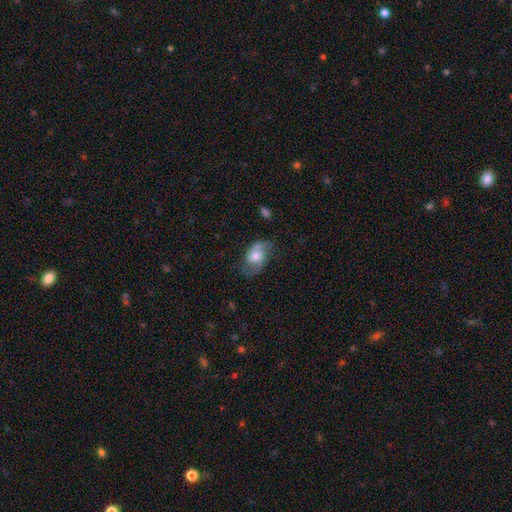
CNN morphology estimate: Smooth or featured?
  - featured or disk: 54% *
  - smooth: 38%
  - star or artifact: 8%
Edge-on disk?
  - no: 95% *
  - yes: 5%
Bar?
  - no: 67% *
  - weak: 28%
  - strong: 5%
Spiral arms?
  - yes: 82% *
  - no: 18%
Bulge size?
  - moderate: 55% *
  - large: 20%
  - small: 19%
  - none: 3%
  - dominant: 2%
Merging?
  - none: 61% *
  - minor disturbance: 24%
  - major disturbance: 12%
  - merger: 3%